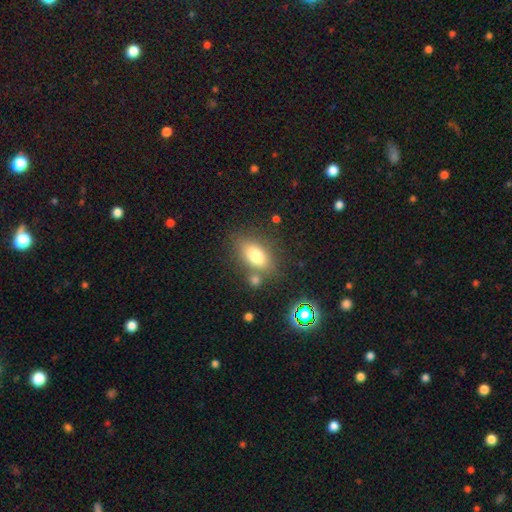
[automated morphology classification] smooth-or-featured: smooth: 78% | featured or disk: 12% | star or artifact: 10%
  how-rounded: in between: 86% | round: 9% | cigar-shaped: 5%
  merging: none: 69% | minor disturbance: 14% | merger: 13% | major disturbance: 5%